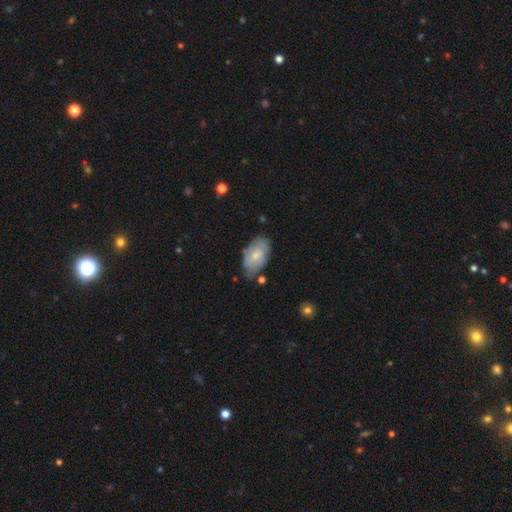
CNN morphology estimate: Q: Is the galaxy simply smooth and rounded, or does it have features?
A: smooth — 57%.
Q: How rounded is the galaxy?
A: in between — 93%.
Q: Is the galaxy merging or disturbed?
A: none — 67%.